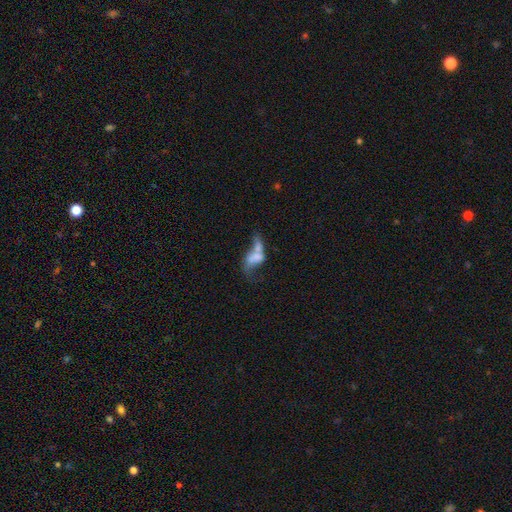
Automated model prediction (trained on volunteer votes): The model was most divided on "smooth or featured": smooth: 47%, featured or disk: 42%, star or artifact: 11%. More confident: merging — merger (60%).